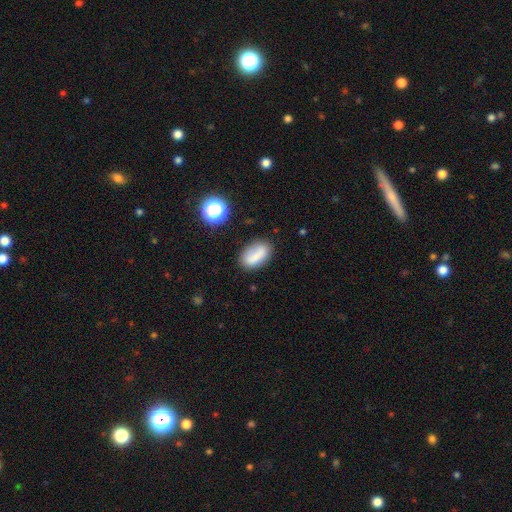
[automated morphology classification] Smooth or featured? smooth (76%)
How rounded? in between (86%)
Merging? none (71%)